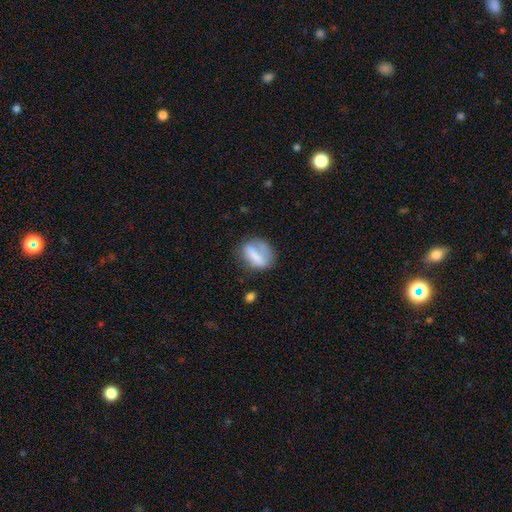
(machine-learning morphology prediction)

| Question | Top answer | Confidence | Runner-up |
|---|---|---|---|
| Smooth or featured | smooth | 66% | featured or disk (25%) |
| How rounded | in between | 65% | round (26%) |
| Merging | none | 51% | minor disturbance (26%) |